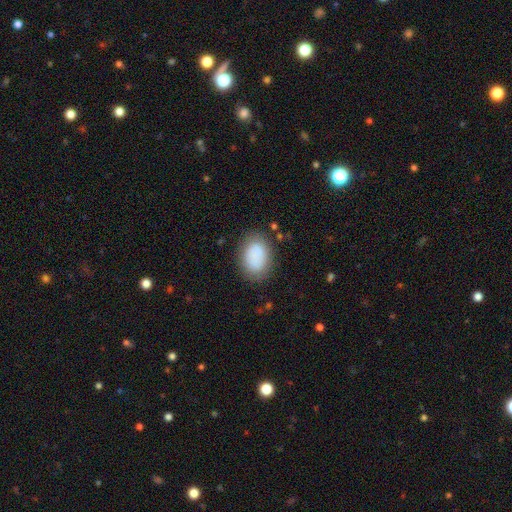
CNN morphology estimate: Q: Smooth or featured?
A: smooth (84%); runner-up: featured or disk (8%)
Q: How rounded?
A: in between (77%); runner-up: round (22%)
Q: Merging?
A: none (77%); runner-up: minor disturbance (15%)